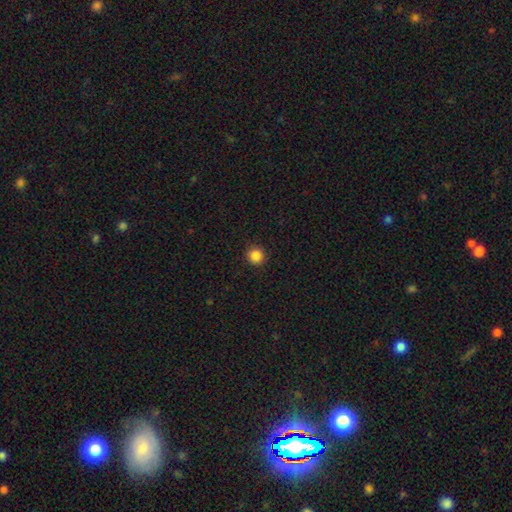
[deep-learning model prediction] smooth_or_featured: smooth (p=0.86) [alt: star or artifact p=0.11]
how_rounded: round (p=0.94) [alt: in between p=0.05]
merging: none (p=0.91) [alt: minor disturbance p=0.06]